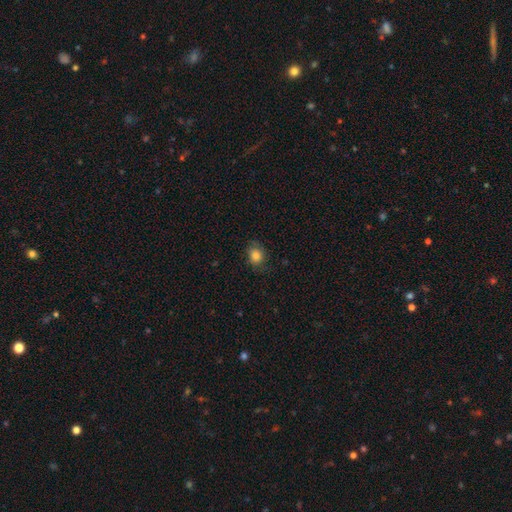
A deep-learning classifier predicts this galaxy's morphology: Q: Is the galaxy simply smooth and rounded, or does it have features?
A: smooth — 82%.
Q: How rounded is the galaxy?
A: round — 62%.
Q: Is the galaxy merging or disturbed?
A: none — 74%.